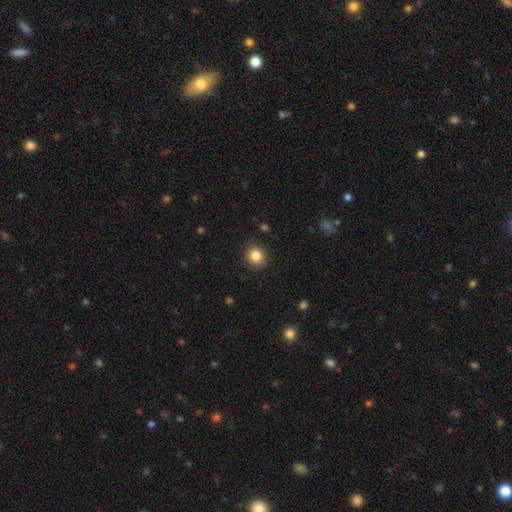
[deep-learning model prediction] smooth 85%, star or artifact 10%, featured or disk 5%. Down the decision tree: how rounded — round (84%); merging — none (90%).